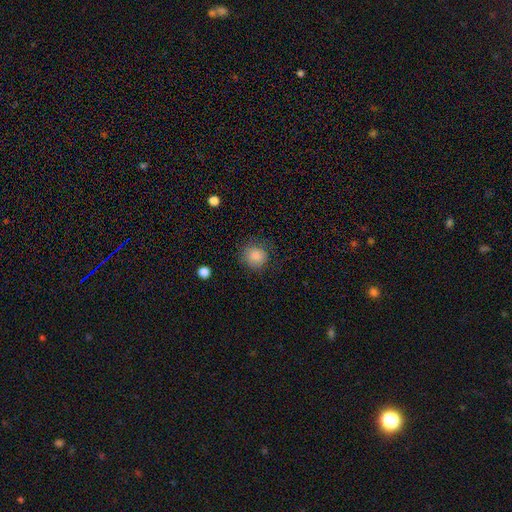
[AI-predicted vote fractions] smooth 85%, star or artifact 9%, featured or disk 5%. Down the decision tree: how rounded — round (90%); merging — none (78%).